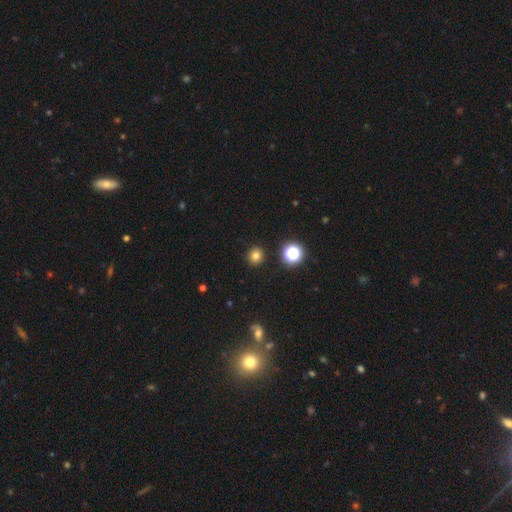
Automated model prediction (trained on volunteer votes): A smooth galaxy with no disk features (78%) that is round (88%). Merging: none (91%).